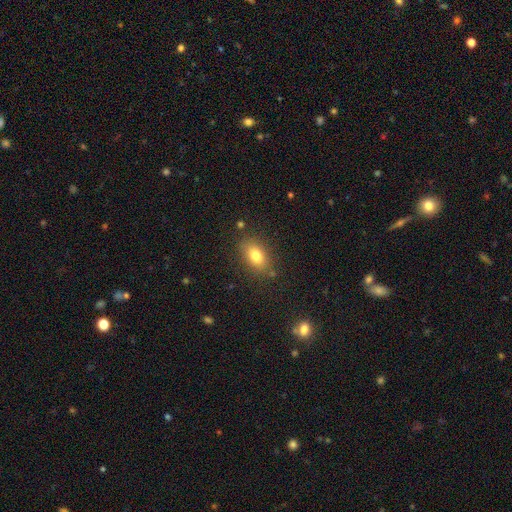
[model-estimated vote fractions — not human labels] Smooth or featured?
  - smooth: 80% *
  - featured or disk: 11%
  - star or artifact: 9%
How rounded?
  - in between: 86% *
  - round: 11%
  - cigar-shaped: 4%
Merging?
  - none: 81% *
  - minor disturbance: 13%
  - major disturbance: 4%
  - merger: 3%